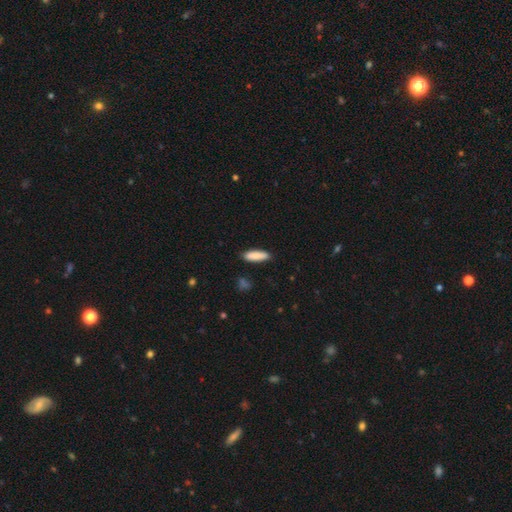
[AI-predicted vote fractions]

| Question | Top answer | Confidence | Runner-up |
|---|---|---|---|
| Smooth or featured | smooth | 87% | featured or disk (7%) |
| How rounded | cigar-shaped | 58% | in between (41%) |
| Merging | none | 86% | minor disturbance (10%) |